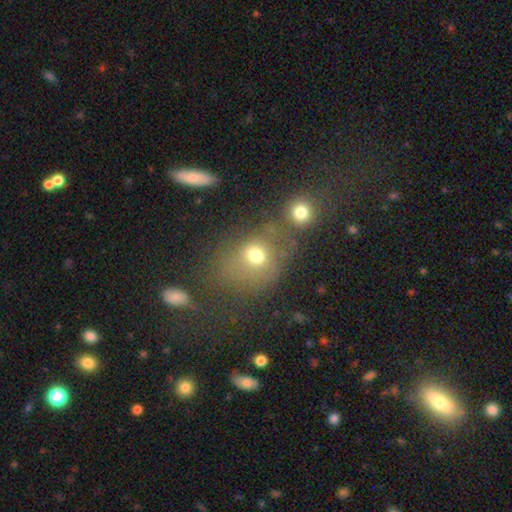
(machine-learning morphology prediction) Q: Smooth or featured?
A: smooth (67%); runner-up: star or artifact (17%)
Q: How rounded?
A: round (62%); runner-up: in between (37%)
Q: Merging?
A: none (40%); runner-up: merger (32%)